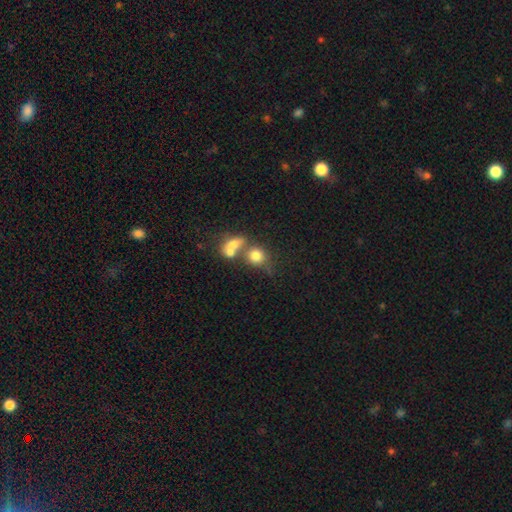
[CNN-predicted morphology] type=smooth (76%); roundness=round (75%); merging=merger (41%).